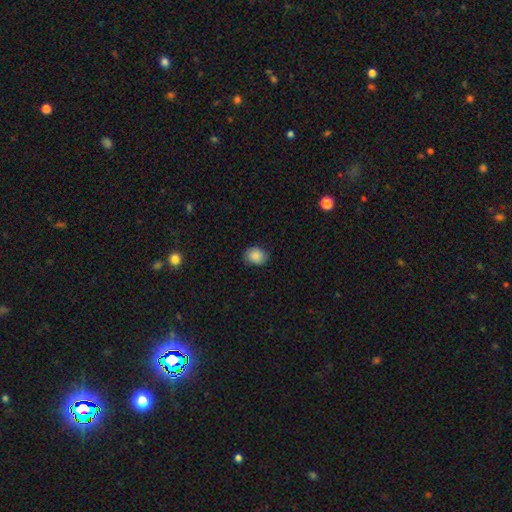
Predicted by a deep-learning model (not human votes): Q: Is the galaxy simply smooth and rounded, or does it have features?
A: smooth — 81%.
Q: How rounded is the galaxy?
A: round — 55%.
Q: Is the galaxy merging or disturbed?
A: none — 76%.